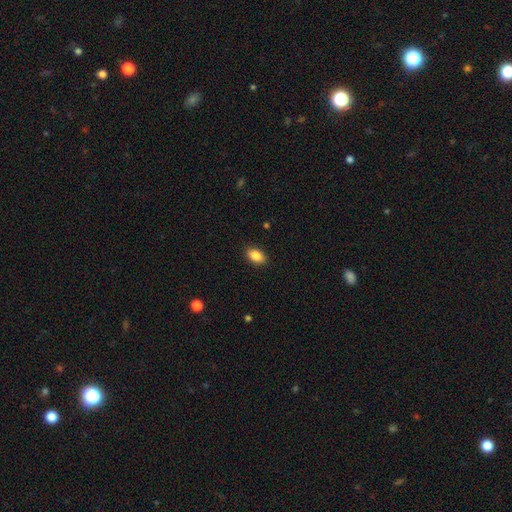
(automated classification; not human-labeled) smooth 87%, star or artifact 8%, featured or disk 5%. Down the decision tree: how rounded — in between (90%); merging — none (89%).